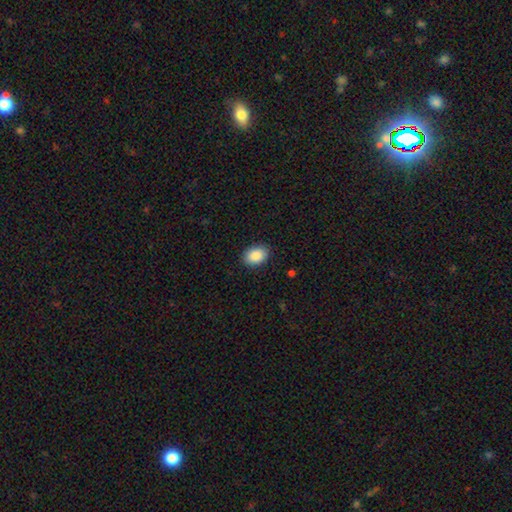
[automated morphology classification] A smooth galaxy with no disk features (90%) that is in between round and cigar-shaped (81%).

Vote fractions:
- Smooth or featured? smooth: 90% / star or artifact: 7% / featured or disk: 4%
- How rounded? in between: 81% / round: 17% / cigar-shaped: 1%
- Merging? none: 89% / minor disturbance: 8% / major disturbance: 2% / merger: 1%